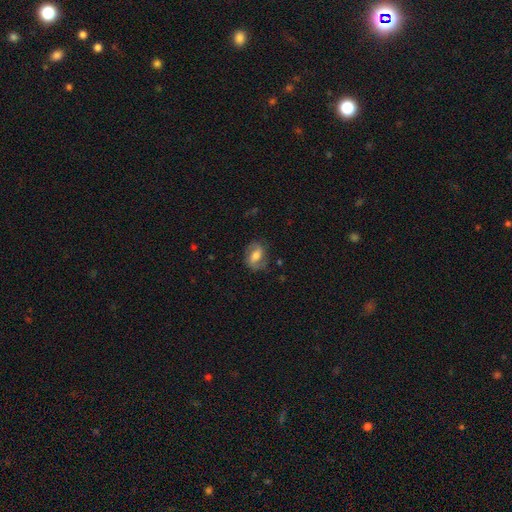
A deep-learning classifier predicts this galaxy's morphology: Smooth or featured?
  - featured or disk: 55% *
  - smooth: 37%
  - star or artifact: 8%
Edge-on disk?
  - no: 96% *
  - yes: 4%
Bar?
  - weak: 43% *
  - strong: 29%
  - no: 28%
Spiral arms?
  - yes: 84% *
  - no: 16%
Bulge size?
  - moderate: 51% *
  - large: 24%
  - small: 17%
  - none: 5%
  - dominant: 3%
Merging?
  - none: 71% *
  - minor disturbance: 19%
  - major disturbance: 8%
  - merger: 1%